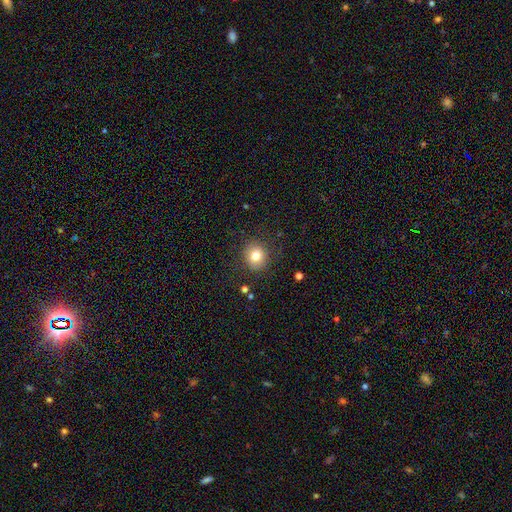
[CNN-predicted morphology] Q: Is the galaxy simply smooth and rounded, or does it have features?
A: smooth — 80%.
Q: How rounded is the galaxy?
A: round — 84%.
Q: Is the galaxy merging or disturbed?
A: none — 86%.